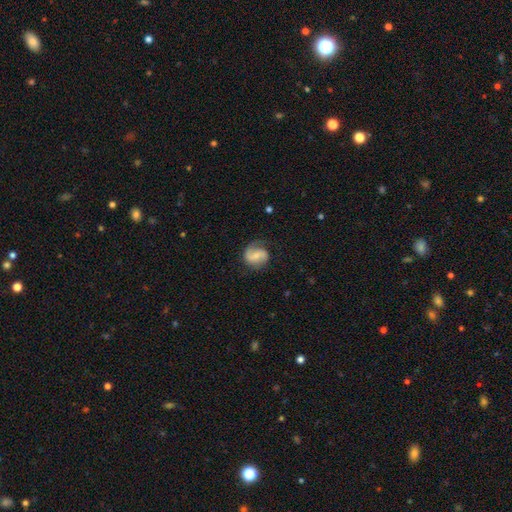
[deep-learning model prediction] smooth-or-featured: featured or disk: 67% | smooth: 26% | star or artifact: 7%
  disk-edge-on: no: 98% | yes: 2%
    bar: weak: 46% | no: 32% | strong: 22%
    has-spiral-arms: yes: 92% | no: 8%
      spiral-winding: medium: 45% | loose: 33% | tight: 22%
      spiral-arm-count: 2: 70% | 1: 21% | can't tell: 6% | 3: 1% | 4: 1% | more than 4: 1%
    bulge-size: small: 50% | moderate: 30% | none: 16% | large: 3% | dominant: 1%
  merging: none: 65% | minor disturbance: 21% | major disturbance: 12% | merger: 1%